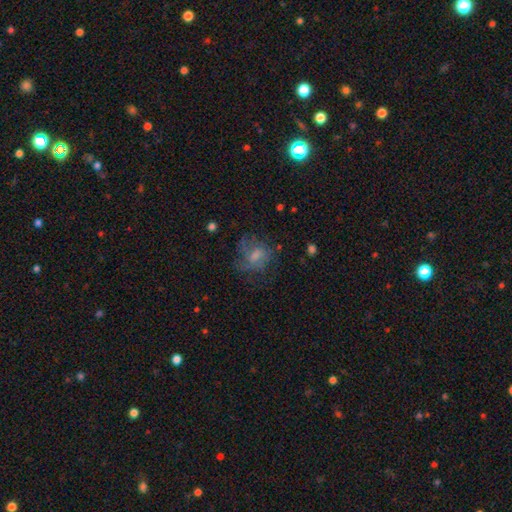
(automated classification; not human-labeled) This is marginally a smooth galaxy (45%). Merging: possibly none (49%).